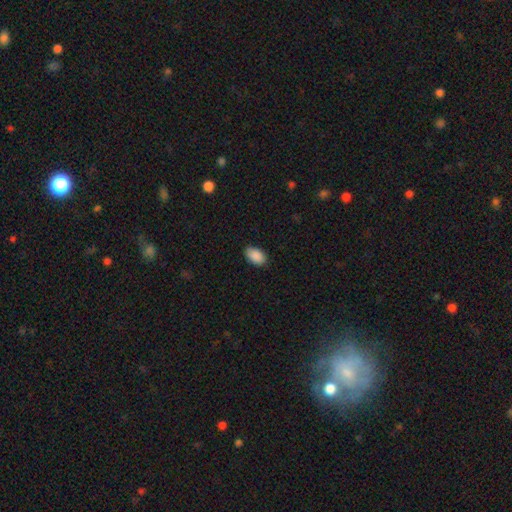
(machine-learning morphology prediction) smooth_or_featured: smooth (p=0.90) [alt: star or artifact p=0.07]
how_rounded: in between (p=0.91) [alt: round p=0.08]
merging: none (p=0.85) [alt: minor disturbance p=0.12]